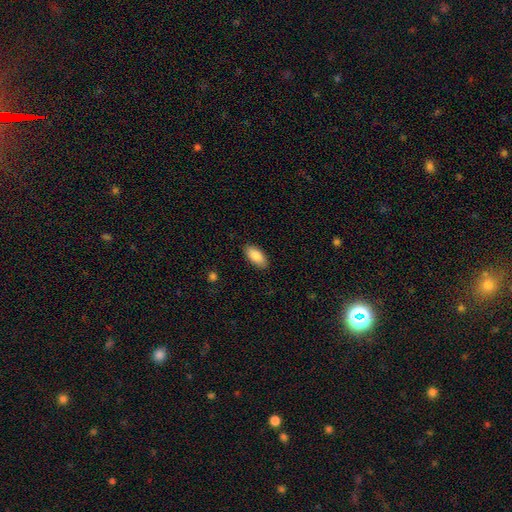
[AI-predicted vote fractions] A smooth galaxy with no disk features (88%) that is in between round and cigar-shaped (91%).

Vote fractions:
- Smooth or featured? smooth: 88% / star or artifact: 6% / featured or disk: 6%
- How rounded? in between: 91% / cigar-shaped: 7% / round: 2%
- Merging? none: 88% / minor disturbance: 9% / major disturbance: 2% / merger: 1%